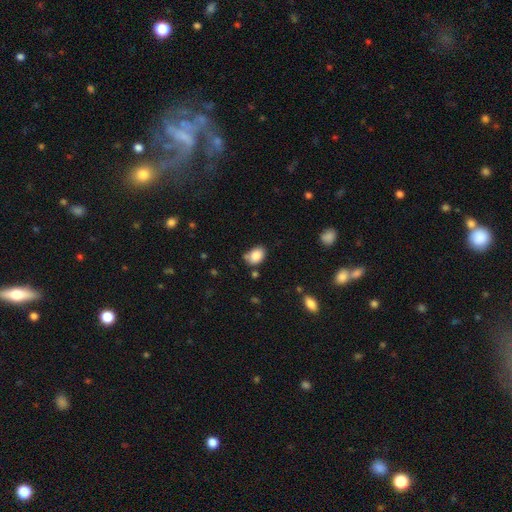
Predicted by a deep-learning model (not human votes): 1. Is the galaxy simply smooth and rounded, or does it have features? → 86% smooth, 8% star or artifact, 6% featured or disk.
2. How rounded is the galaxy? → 76% in between, 23% round, 1% cigar-shaped.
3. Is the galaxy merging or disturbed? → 62% none, 26% minor disturbance, 6% merger, 6% major disturbance.